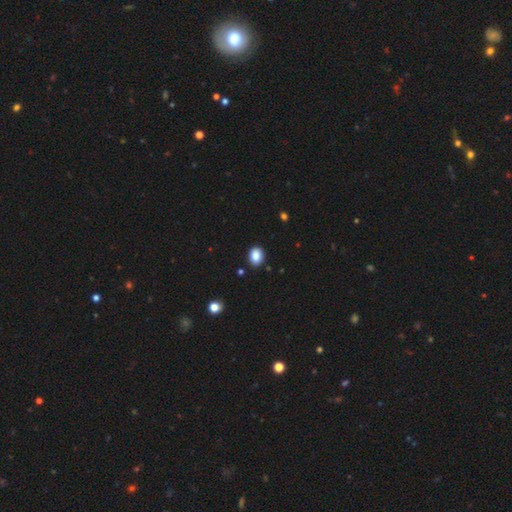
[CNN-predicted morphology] Smooth or featured?
  - smooth: 87% *
  - star or artifact: 9%
  - featured or disk: 4%
How rounded?
  - in between: 67% *
  - round: 32%
  - cigar-shaped: 1%
Merging?
  - none: 88% *
  - minor disturbance: 8%
  - major disturbance: 2%
  - merger: 2%